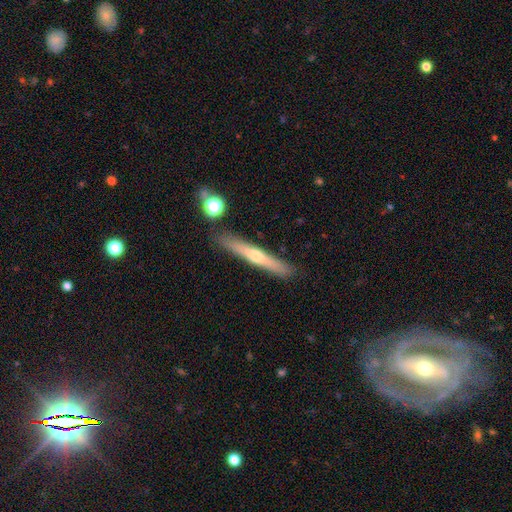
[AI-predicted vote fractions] Overall: featured or disk (49%; smooth 45%). Merging: none (87%).